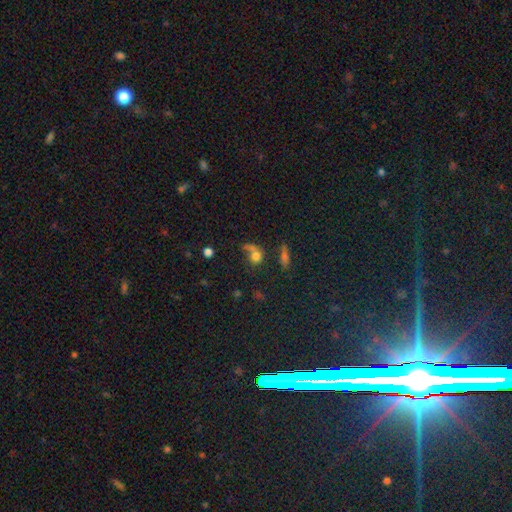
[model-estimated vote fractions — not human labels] Overall: smooth (68%). How rounded: round (70%). Merging: none (41%; merger 23%).